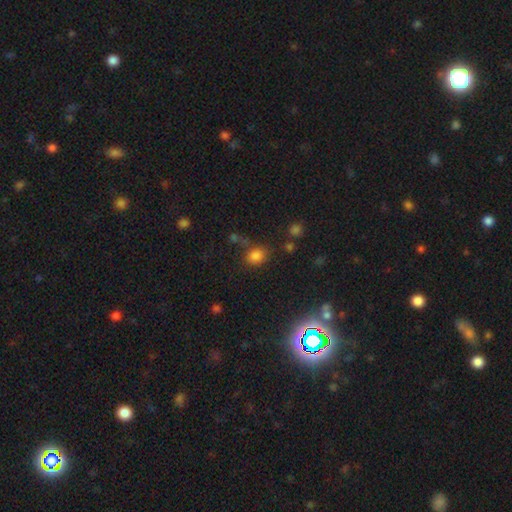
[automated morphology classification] smooth 77%, star or artifact 17%, featured or disk 6%. Down the decision tree: how rounded — round (51%); merging — none (68%).